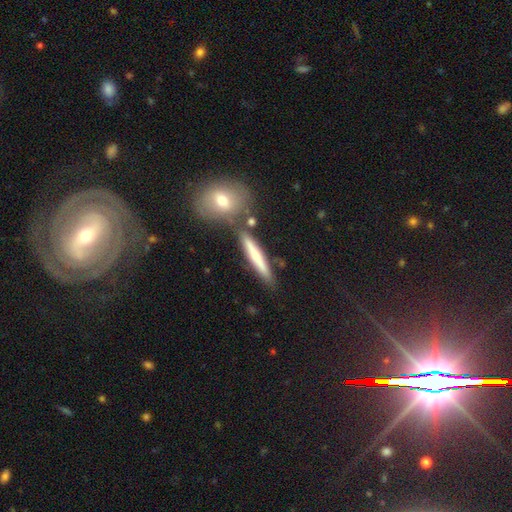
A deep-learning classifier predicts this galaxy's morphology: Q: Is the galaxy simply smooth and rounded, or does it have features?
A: smooth — 61%.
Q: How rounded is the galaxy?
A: cigar-shaped — 89%.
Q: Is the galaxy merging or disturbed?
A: none — 75%.